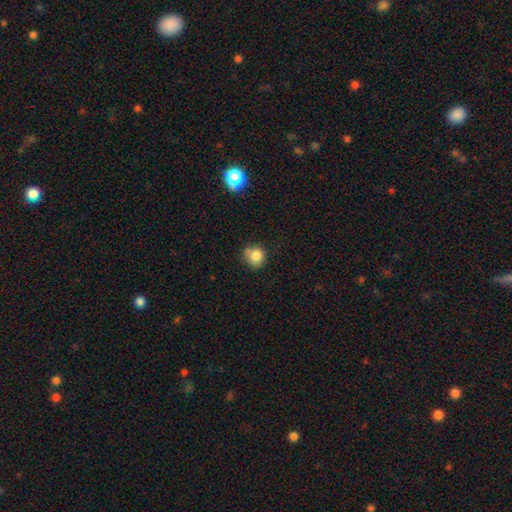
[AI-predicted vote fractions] This appears to be a smooth galaxy with no disk features (82%) that is round (81%). Merging: none (60%).